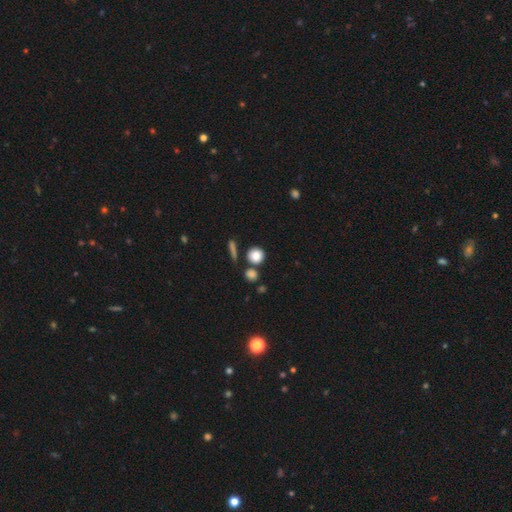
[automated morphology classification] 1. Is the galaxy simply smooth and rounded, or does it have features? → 83% smooth, 10% star or artifact, 7% featured or disk.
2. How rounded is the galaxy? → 88% round, 10% in between, 2% cigar-shaped.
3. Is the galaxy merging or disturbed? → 75% none, 13% merger, 9% minor disturbance, 3% major disturbance.